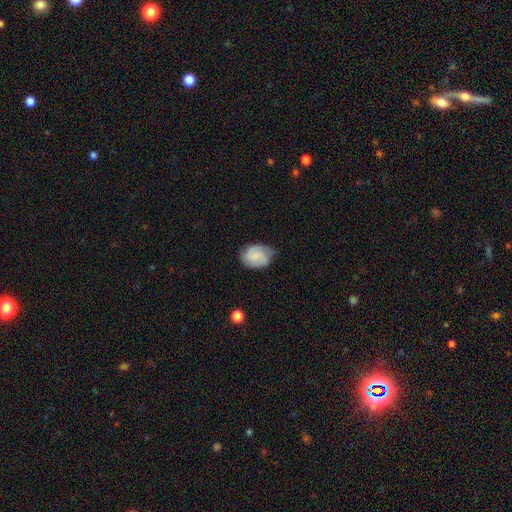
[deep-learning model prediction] Q: Smooth or featured?
A: featured or disk (47%); runner-up: smooth (45%)
Q: Merging?
A: none (60%); runner-up: minor disturbance (30%)